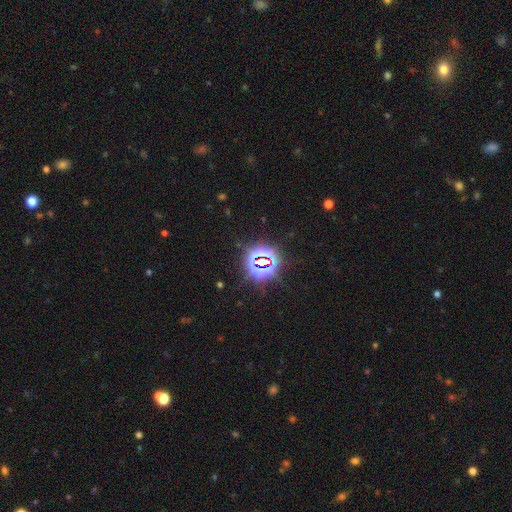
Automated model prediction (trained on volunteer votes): Morphology: type=star or artifact (80%).